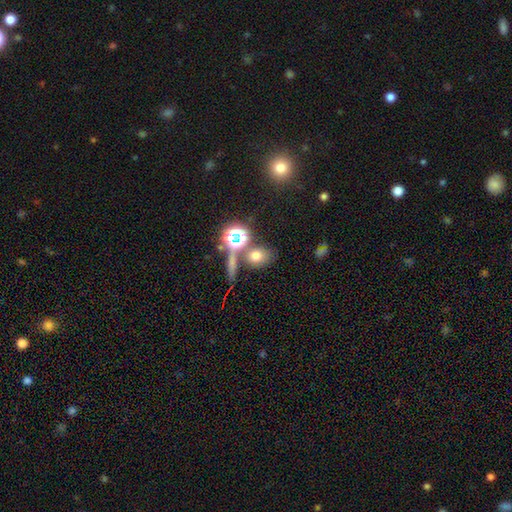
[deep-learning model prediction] smooth_or_featured: smooth (p=0.64) [alt: star or artifact p=0.24]
how_rounded: round (p=0.56) [alt: in between p=0.40]
merging: none (p=0.64) [alt: merger p=0.21]